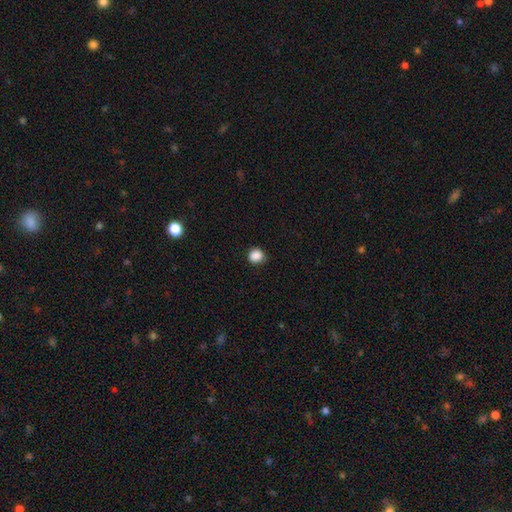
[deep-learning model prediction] The model was most divided on "smooth or featured": smooth: 87%, star or artifact: 10%, featured or disk: 3%. More confident: how rounded — round (90%); merging — none (87%).